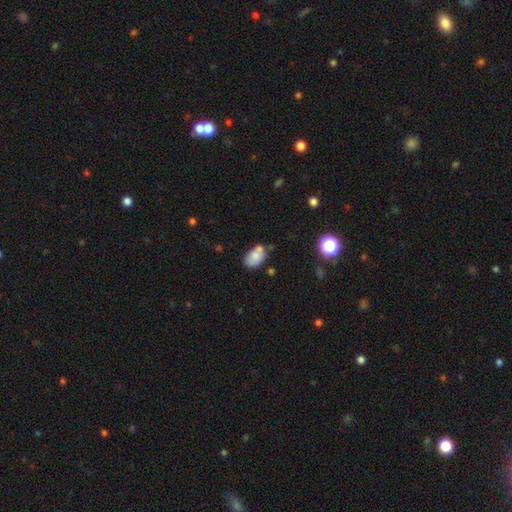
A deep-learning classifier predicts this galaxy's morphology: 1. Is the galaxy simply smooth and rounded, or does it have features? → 76% smooth, 15% featured or disk, 9% star or artifact.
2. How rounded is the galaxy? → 85% in between, 13% round, 1% cigar-shaped.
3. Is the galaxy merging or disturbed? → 53% none, 22% minor disturbance, 20% merger, 6% major disturbance.